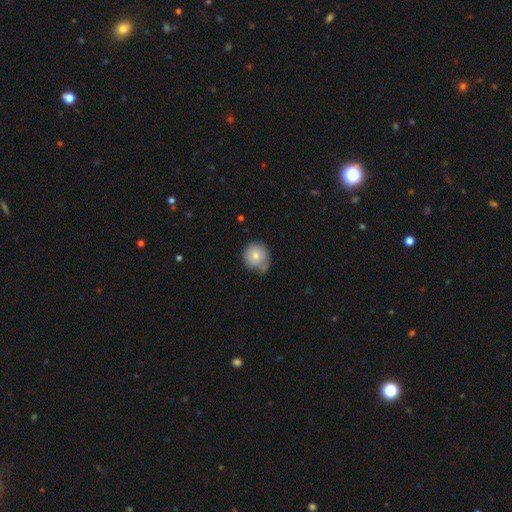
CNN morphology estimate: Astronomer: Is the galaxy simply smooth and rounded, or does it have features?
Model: smooth — 77%.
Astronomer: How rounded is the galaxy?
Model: round — 93%.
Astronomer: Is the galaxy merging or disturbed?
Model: none — 58%.